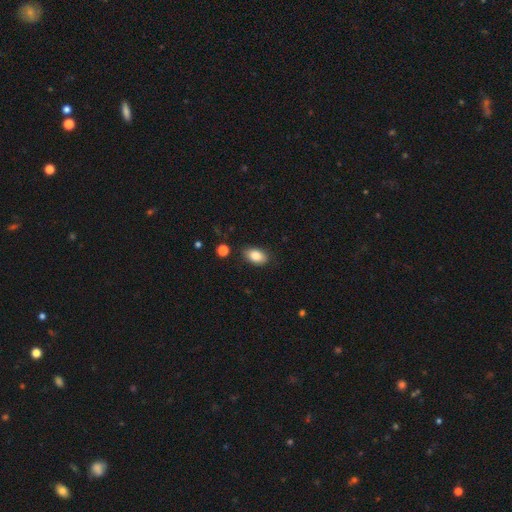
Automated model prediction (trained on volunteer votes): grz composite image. It shows a smooth galaxy with no disk features (85%) that is in between round and cigar-shaped (90%). Merging: none (85%).